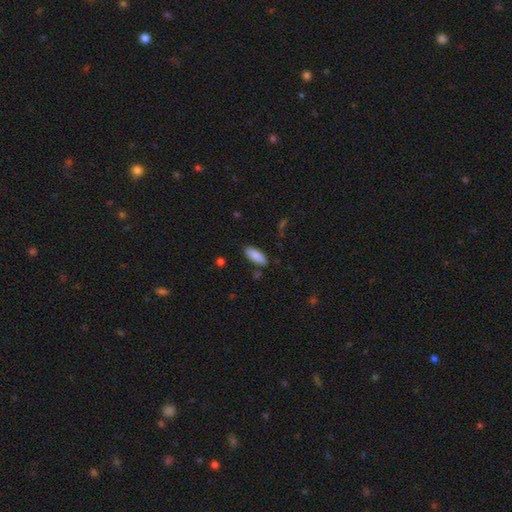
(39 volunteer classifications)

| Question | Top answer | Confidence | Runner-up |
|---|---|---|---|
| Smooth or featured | smooth | 87% | star or artifact (8%) |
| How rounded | in between | 91% | cigar-shaped (6%) |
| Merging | none | 89% | minor disturbance (8%) |